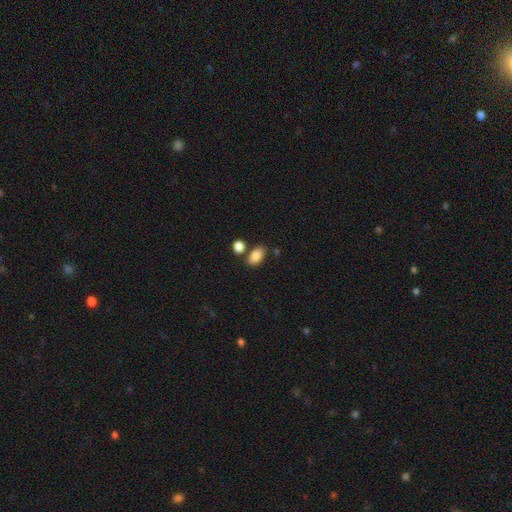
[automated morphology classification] Smooth or featured? smooth (86%)
How rounded? in between (89%)
Merging? none (69%)